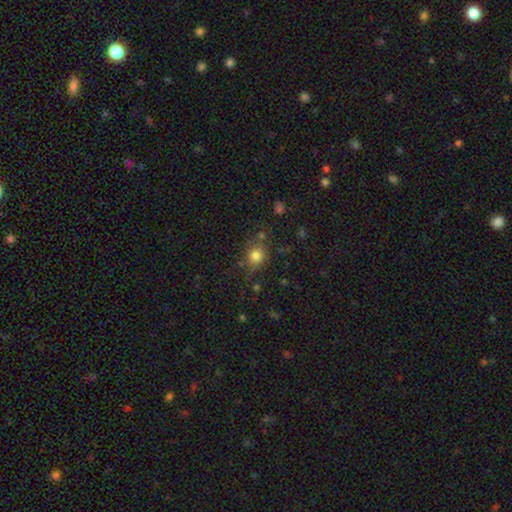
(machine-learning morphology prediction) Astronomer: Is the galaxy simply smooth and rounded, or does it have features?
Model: smooth — 79%.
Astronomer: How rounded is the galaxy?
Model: round — 74%.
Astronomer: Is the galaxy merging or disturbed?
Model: none — 71%.